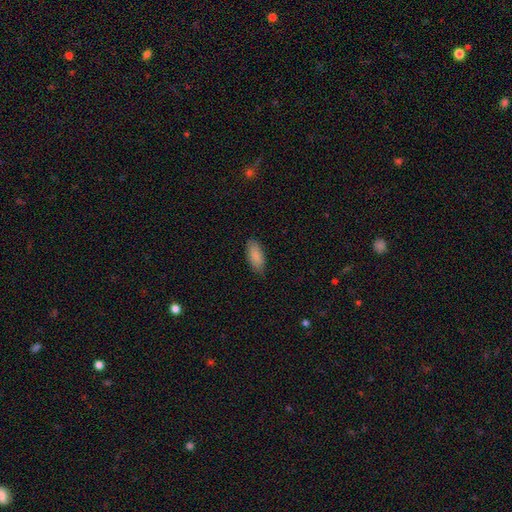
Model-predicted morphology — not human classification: Overall: smooth (88%). How rounded: in between (87%). Merging: none (80%).